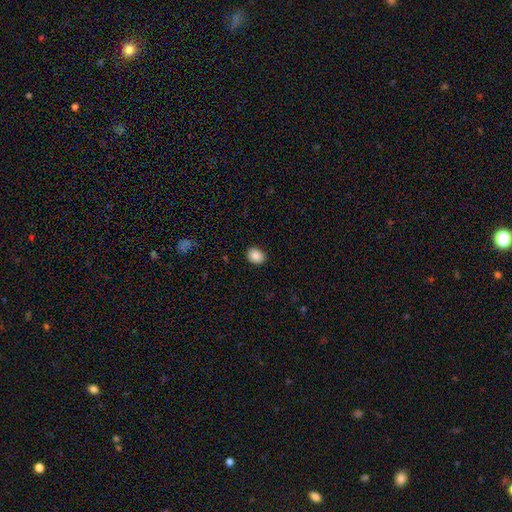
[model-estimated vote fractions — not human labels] This is clearly a smooth galaxy (86%). How rounded: possibly round (54%). Merging: clearly none (89%).